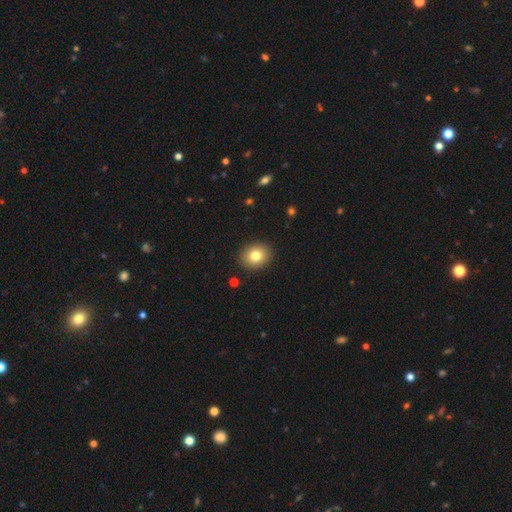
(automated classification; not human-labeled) smooth-or-featured: smooth: 80% | featured or disk: 10% | star or artifact: 10%
  how-rounded: round: 56% | in between: 44% | cigar-shaped: 1%
  merging: none: 91% | minor disturbance: 6% | major disturbance: 2% | merger: 1%